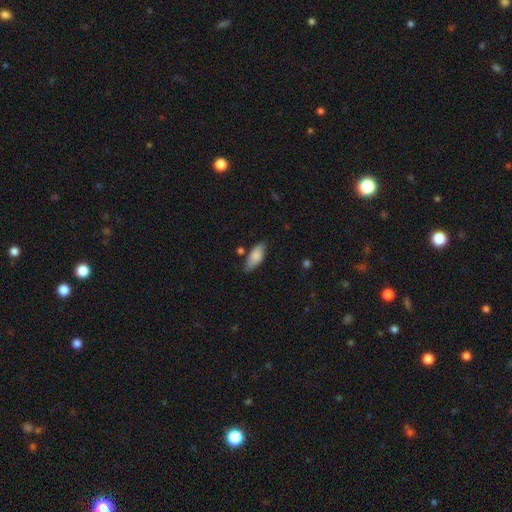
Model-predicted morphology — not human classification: Overall: smooth (80%). How rounded: in between (82%). Merging: none (72%).